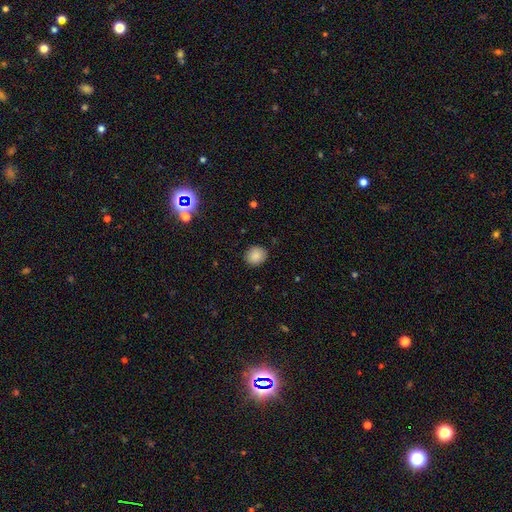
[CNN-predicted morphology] smooth 86%, star or artifact 10%, featured or disk 4%. Down the decision tree: how rounded — round (73%); merging — none (89%).